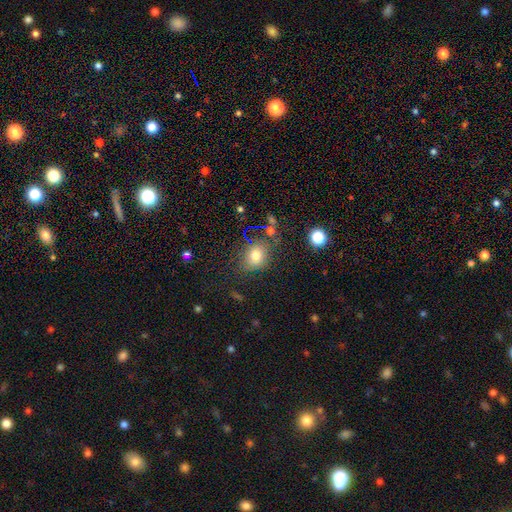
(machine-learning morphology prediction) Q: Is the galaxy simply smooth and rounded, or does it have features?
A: smooth — 75%.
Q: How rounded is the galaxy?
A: round — 55%.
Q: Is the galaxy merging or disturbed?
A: none — 75%.